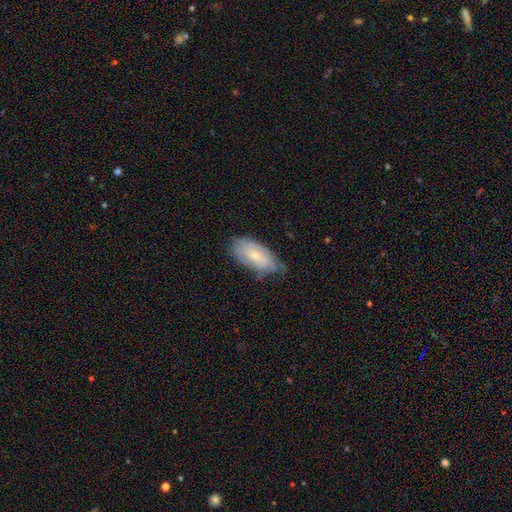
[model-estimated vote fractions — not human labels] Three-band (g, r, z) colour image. It shows a smooth galaxy with no disk features (50%). Merging: none (59%).